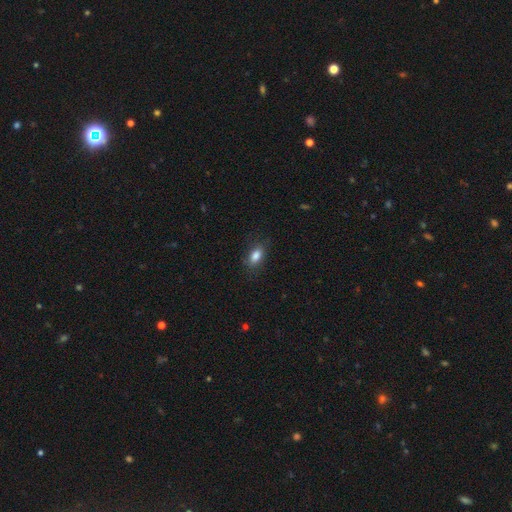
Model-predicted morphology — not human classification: A smooth galaxy with no disk features (85%) that is in between round and cigar-shaped (87%). Merging: none (80%).